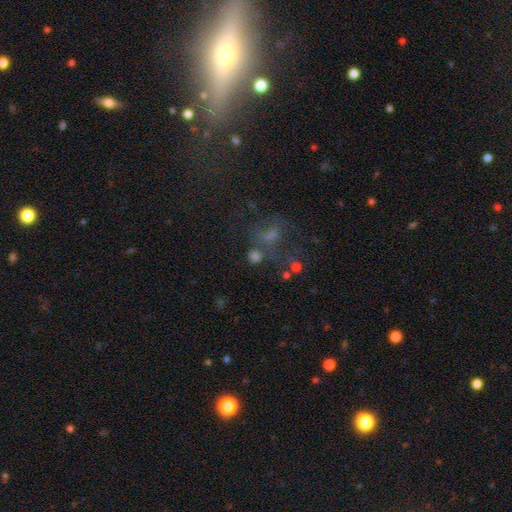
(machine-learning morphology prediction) Smooth or featured? Predicted: smooth (p=0.47). Merging? Predicted: none (p=0.47).